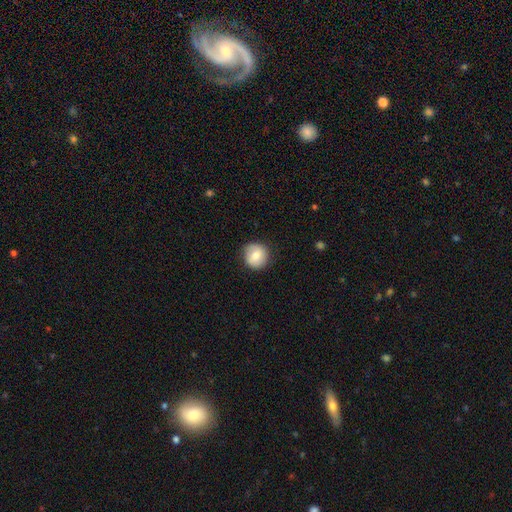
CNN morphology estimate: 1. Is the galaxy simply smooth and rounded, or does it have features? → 77% smooth, 15% featured or disk, 8% star or artifact.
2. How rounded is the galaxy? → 91% round, 8% in between, 1% cigar-shaped.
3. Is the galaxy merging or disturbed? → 82% none, 14% minor disturbance, 3% major disturbance, 1% merger.